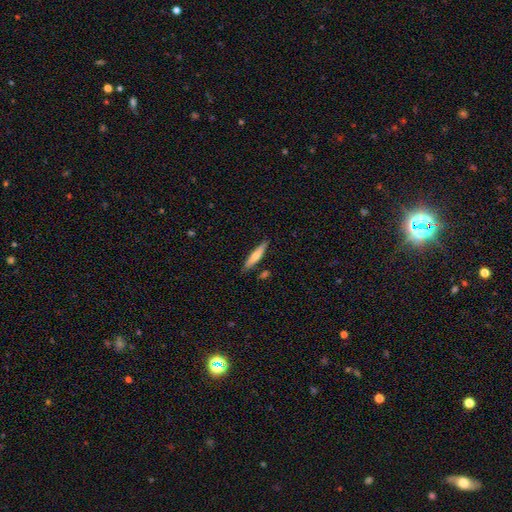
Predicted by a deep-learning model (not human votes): Smooth or featured?
  - smooth: 58% *
  - featured or disk: 36%
  - star or artifact: 6%
How rounded?
  - cigar-shaped: 85% *
  - in between: 13%
  - round: 2%
Merging?
  - none: 83% *
  - minor disturbance: 11%
  - merger: 4%
  - major disturbance: 2%